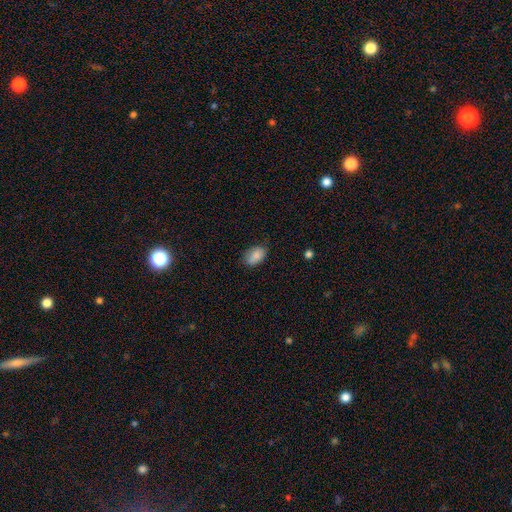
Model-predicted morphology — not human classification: type=smooth (86%); roundness=in between (89%); merging=none (75%).